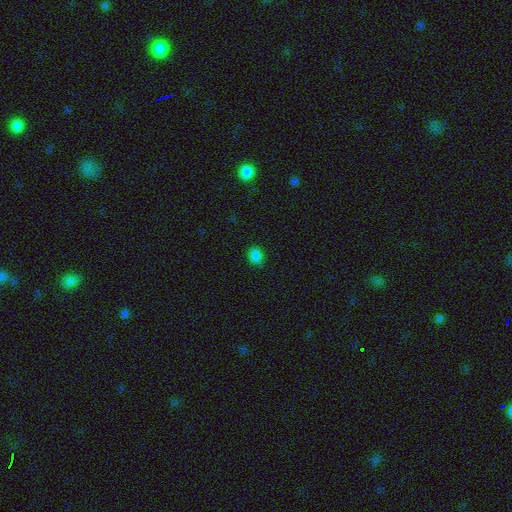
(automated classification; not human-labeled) Smooth or featured? smooth (83%)
How rounded? round (54%)
Merging? none (89%)